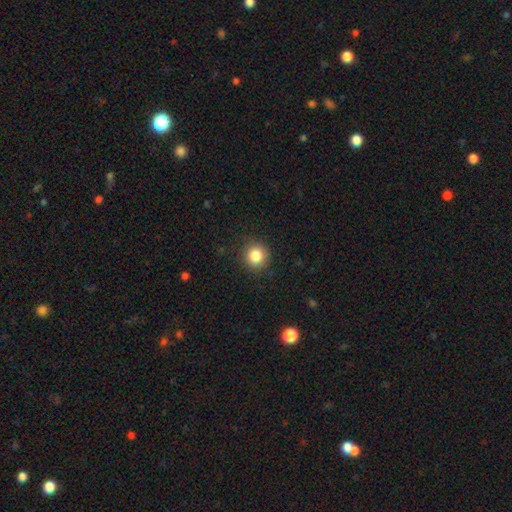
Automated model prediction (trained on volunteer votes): Q: Smooth or featured?
A: smooth (84%); runner-up: star or artifact (11%)
Q: How rounded?
A: round (91%); runner-up: in between (8%)
Q: Merging?
A: none (89%); runner-up: minor disturbance (7%)